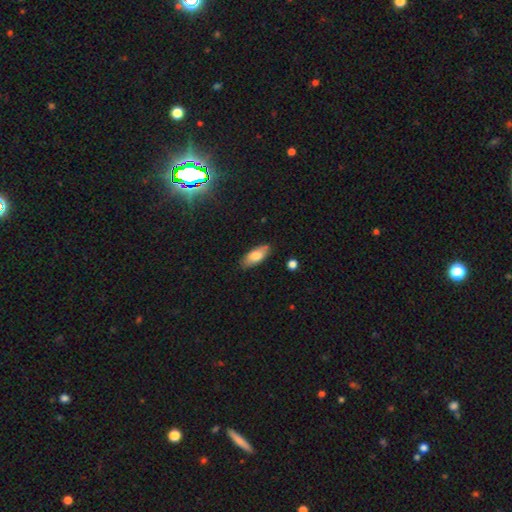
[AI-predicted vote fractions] Smooth or featured? smooth (74%)
How rounded? in between (81%)
Merging? none (83%)